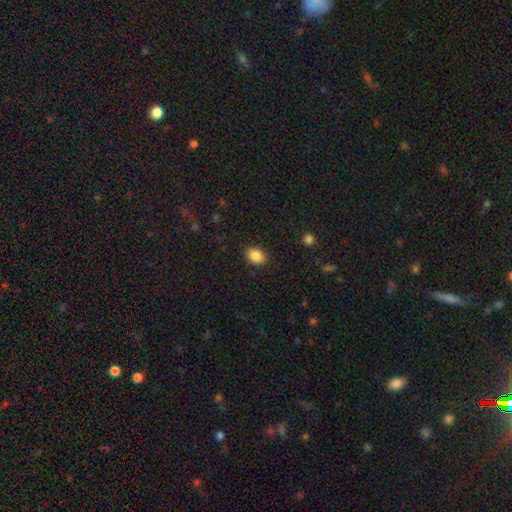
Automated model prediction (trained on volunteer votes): A smooth galaxy with no disk features (88%) that is in between round and cigar-shaped (76%). Merging: none (89%).